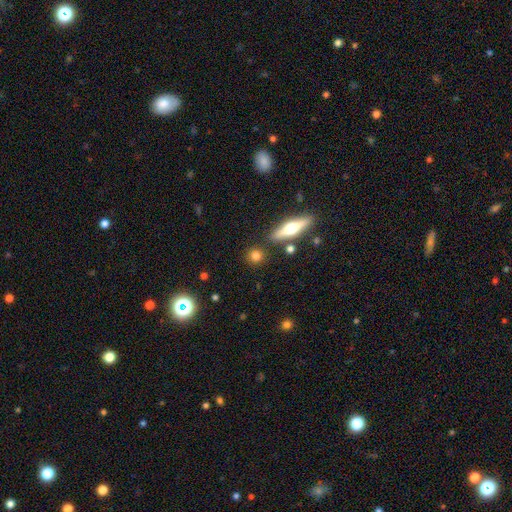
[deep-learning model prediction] smooth_or_featured: smooth (p=0.74) [alt: featured or disk p=0.15]
how_rounded: round (p=0.84) [alt: in between p=0.11]
merging: none (p=0.85) [alt: minor disturbance p=0.07]